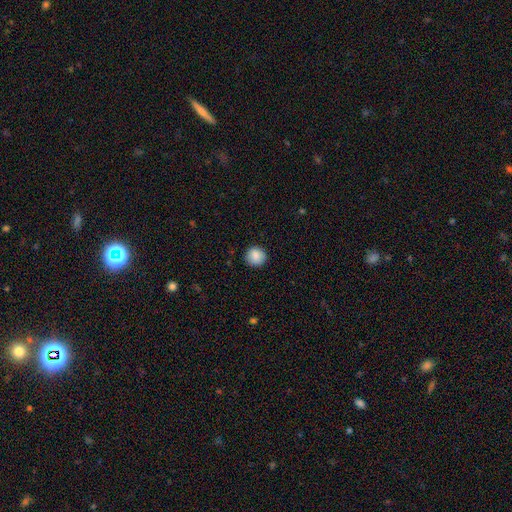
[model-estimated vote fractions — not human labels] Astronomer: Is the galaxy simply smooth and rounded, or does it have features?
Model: smooth — 88%.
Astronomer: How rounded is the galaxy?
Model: round — 92%.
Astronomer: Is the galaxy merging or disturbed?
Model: none — 90%.